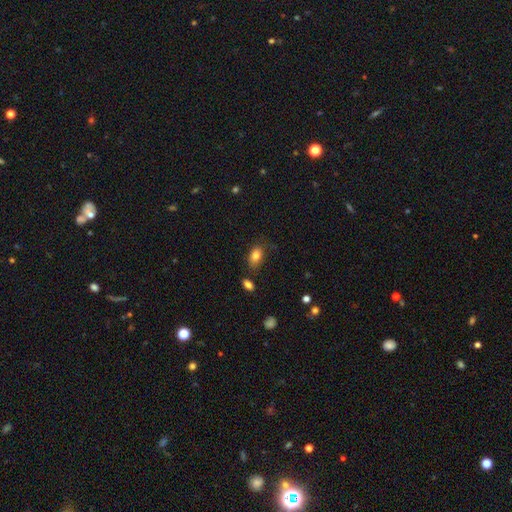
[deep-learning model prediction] The model was most divided on "merging": none: 72%, minor disturbance: 19%, major disturbance: 5%, merger: 5%. More confident: how rounded — in between (87%); smooth or featured — smooth (82%).